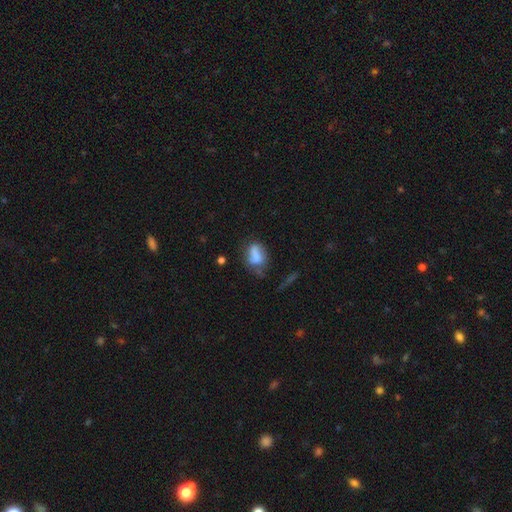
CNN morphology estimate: Overall: smooth (66%). How rounded: in between (76%). Merging: none (39%; minor disturbance 27%).